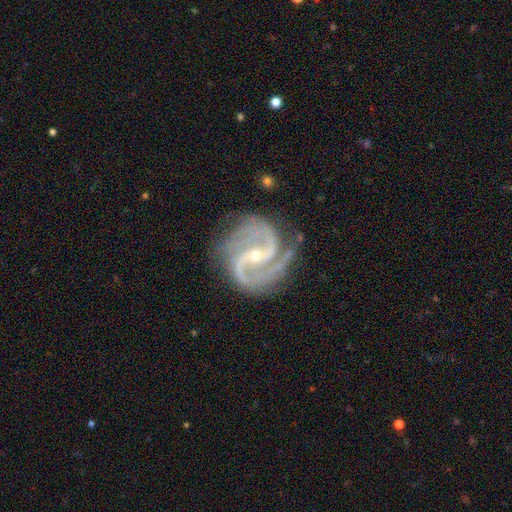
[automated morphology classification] smooth_or_featured: featured or disk (p=0.93) [alt: star or artifact p=0.05]
disk_edge_on: no (p=0.98) [alt: yes p=0.02]
bar: weak (p=0.39) [alt: no p=0.31]
has_spiral_arms: yes (p=0.99) [alt: no p=0.01]
spiral_winding: medium (p=0.59) [alt: tight p=0.25]
spiral_arm_count: 2 (p=0.67) [alt: 3 p=0.18]
bulge_size: small (p=0.69) [alt: moderate p=0.29]
merging: none (p=0.70) [alt: minor disturbance p=0.20]